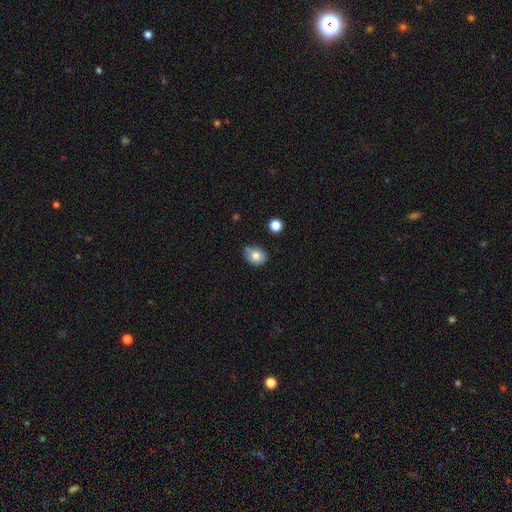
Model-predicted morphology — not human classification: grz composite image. It shows a smooth galaxy with no disk features (77%) that is in between round and cigar-shaped (53%). Merging: none (65%).